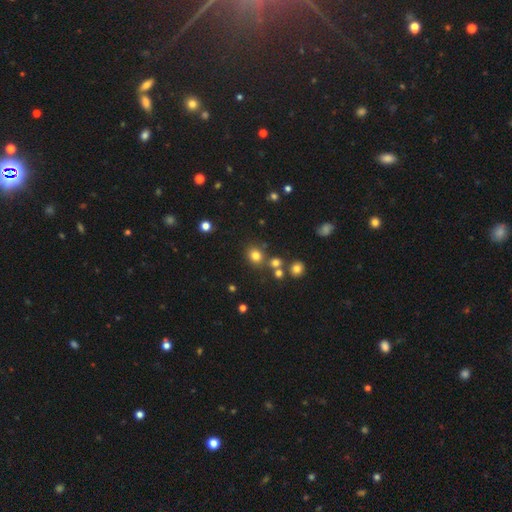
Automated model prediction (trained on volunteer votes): Smooth or featured? Predicted: smooth (p=0.76). How rounded? Predicted: round (p=0.80). Merging? Predicted: none (p=0.75).